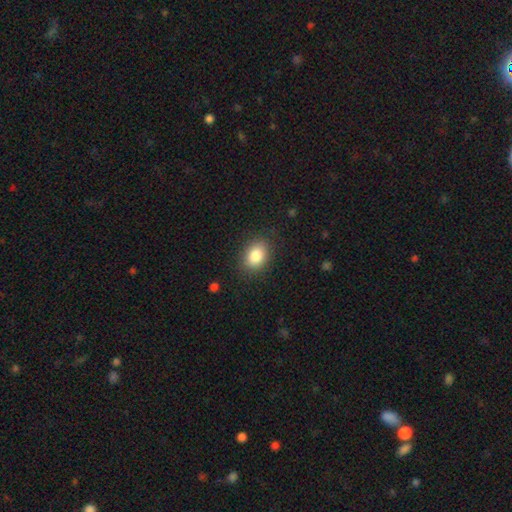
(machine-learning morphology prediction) Overall: smooth (84%). How rounded: in between (74%). Merging: none (86%).